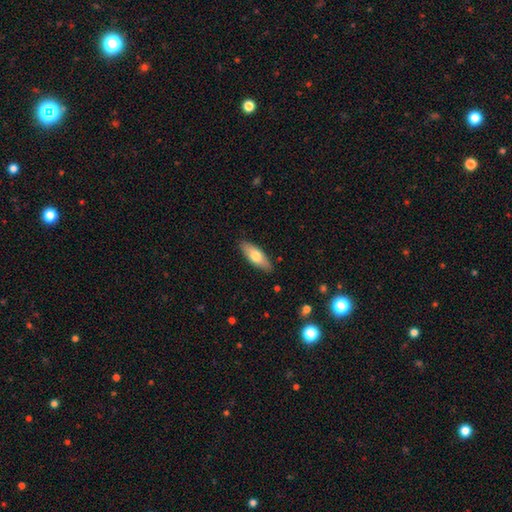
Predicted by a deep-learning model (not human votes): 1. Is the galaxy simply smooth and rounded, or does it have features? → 68% smooth, 27% featured or disk, 6% star or artifact.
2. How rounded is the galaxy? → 67% in between, 31% cigar-shaped, 2% round.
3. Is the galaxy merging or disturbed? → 87% none, 10% minor disturbance, 2% major disturbance, 1% merger.